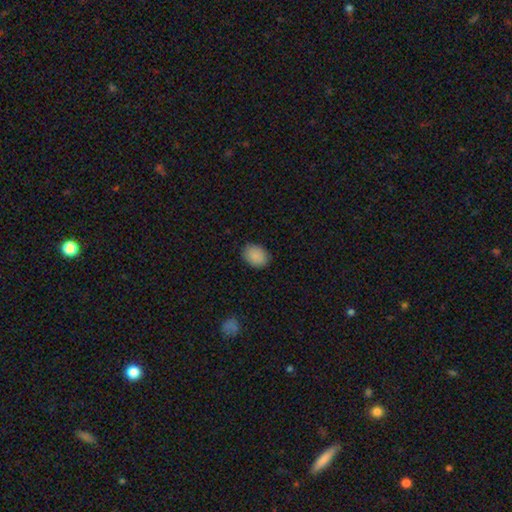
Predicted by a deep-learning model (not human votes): Smooth or featured? Predicted: smooth (p=0.89). How rounded? Predicted: in between (p=0.65). Merging? Predicted: none (p=0.86).